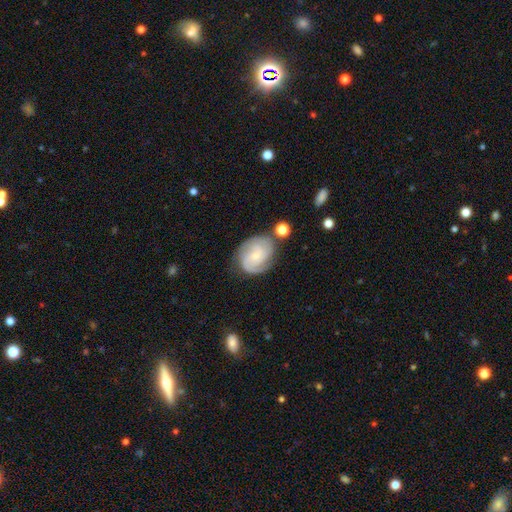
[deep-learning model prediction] This is likely a featured or disk galaxy (78%). It is clearly not viewed edge-on (98%). Bar: possibly no (59%). Spiral arm pattern: clearly yes (96%). Spiral arm count: possibly 2 (51%). Spiral winding: possibly tight (53%). Central bulge: likely small (68%). Merging: likely none (69%).